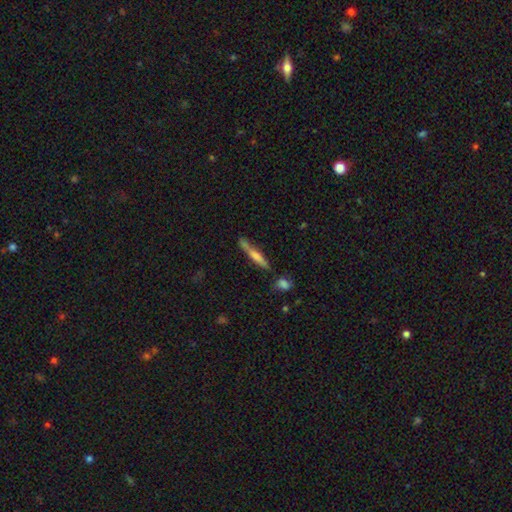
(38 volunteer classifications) Smooth or featured?
  - featured or disk: 58% *
  - smooth: 39%
  - star or artifact: 3%
Edge-on disk?
  - yes: 91% *
  - no: 9%
Edge-on bulge?
  - rounded: 40% *
  - boxy: 30%
  - none: 30%
Merging?
  - none: 65% *
  - minor disturbance: 22%
  - merger: 8%
  - major disturbance: 5%